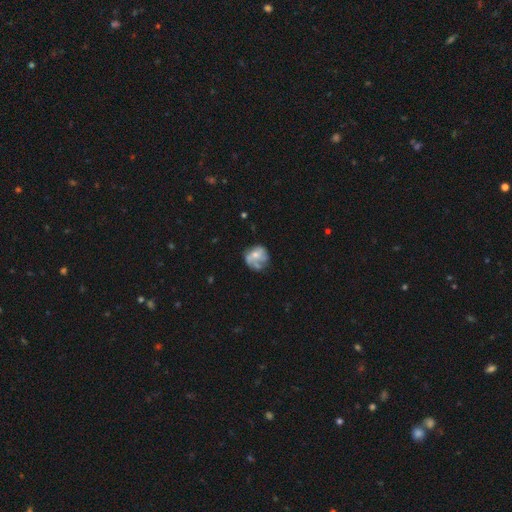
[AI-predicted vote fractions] This is possibly a featured or disk galaxy (58%). It is clearly not viewed edge-on (98%). Bar: likely no (75%). Spiral arm pattern: possibly yes (60%). Central bulge: possibly small (48%). Merging: possibly none (48%).